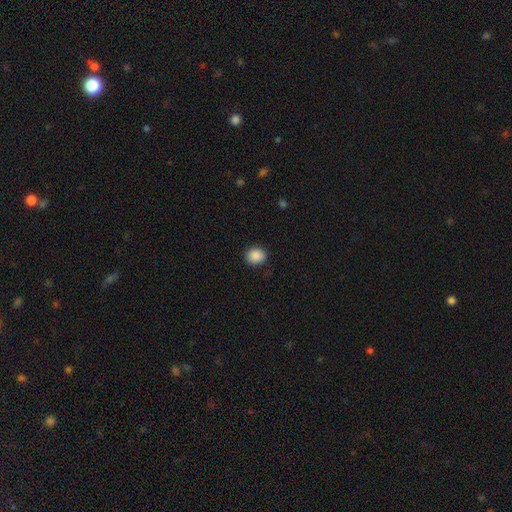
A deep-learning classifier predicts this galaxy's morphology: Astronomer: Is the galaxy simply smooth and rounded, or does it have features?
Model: smooth — 88%.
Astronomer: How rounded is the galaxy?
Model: round — 74%.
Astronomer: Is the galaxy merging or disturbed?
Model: none — 88%.